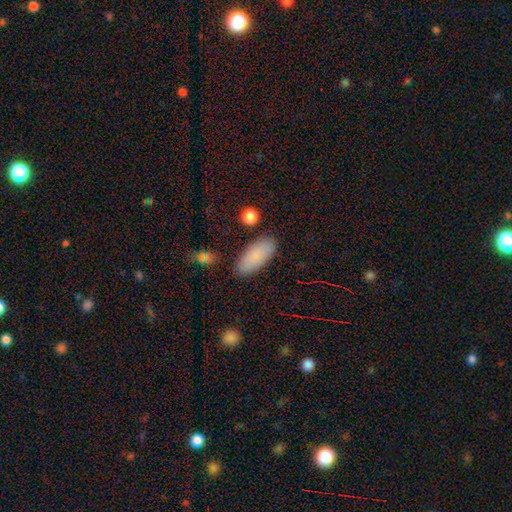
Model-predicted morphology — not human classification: This appears to be a smooth galaxy with no disk features (87%) that is in between round and cigar-shaped (84%). Merging: none (86%).